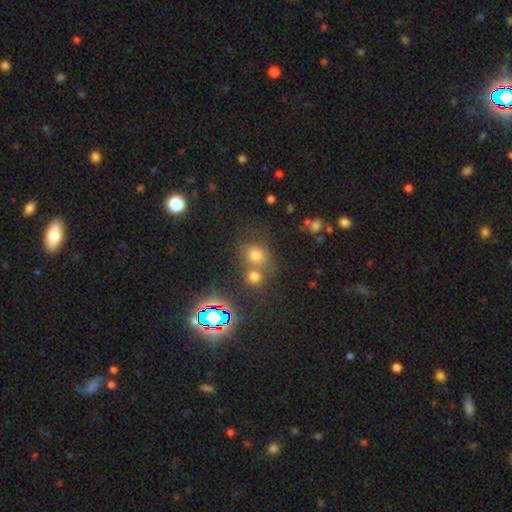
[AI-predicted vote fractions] smooth 64%, star or artifact 26%, featured or disk 10%. Down the decision tree: how rounded — round (67%); merging — none (45%).